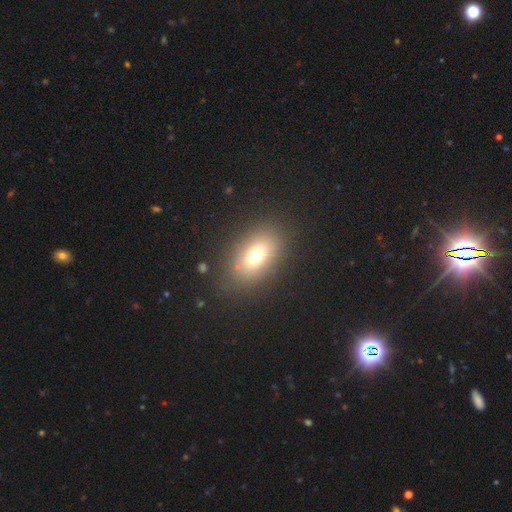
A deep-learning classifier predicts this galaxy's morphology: Smooth or featured: smooth — 70% (featured or disk — 15%)
How rounded: in between — 76% (round — 22%)
Merging: none — 82% (minor disturbance — 10%)